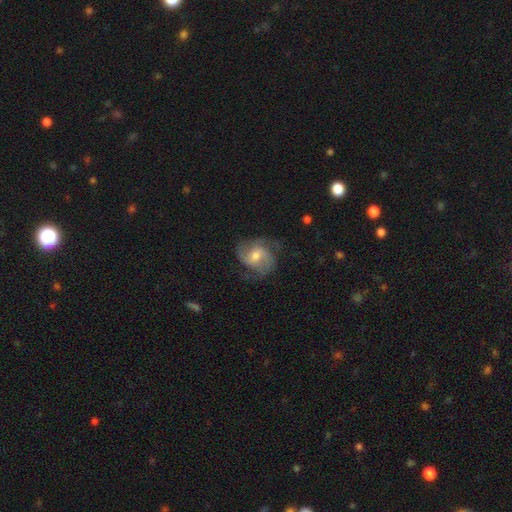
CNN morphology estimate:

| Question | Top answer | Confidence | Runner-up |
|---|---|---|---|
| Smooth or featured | featured or disk | 77% | smooth (16%) |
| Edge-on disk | no | 98% | yes (2%) |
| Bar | no | 49% | weak (42%) |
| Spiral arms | yes | 94% | no (6%) |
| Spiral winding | medium | 51% | loose (26%) |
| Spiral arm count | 2 | 60% | 3 (19%) |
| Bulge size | moderate | 59% | small (34%) |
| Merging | none | 65% | minor disturbance (22%) |